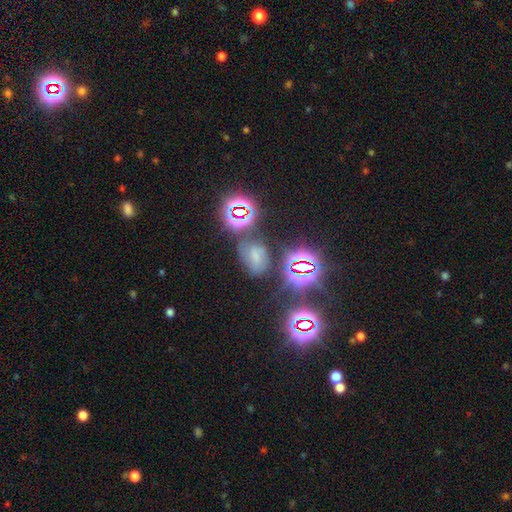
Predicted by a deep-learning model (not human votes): Q: Smooth or featured?
A: star or artifact (39%); runner-up: smooth (36%)